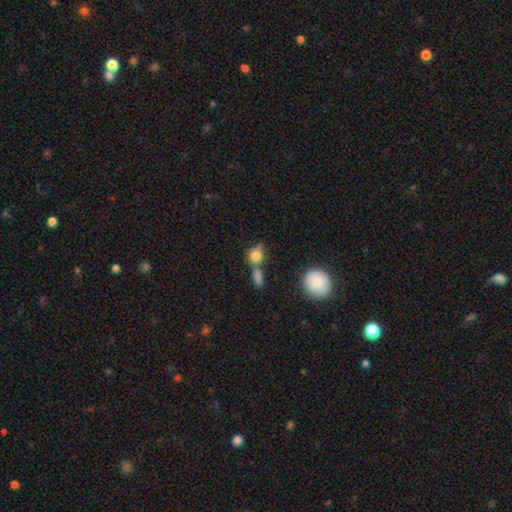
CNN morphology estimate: type=smooth (77%); roundness=round (60%); merging=none (41%).